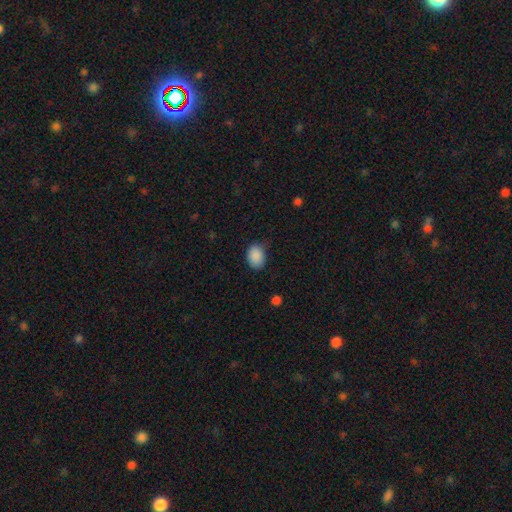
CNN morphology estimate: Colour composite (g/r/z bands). It shows a smooth galaxy with no disk features (89%) that is in between round and cigar-shaped (70%). Merging: none (72%).